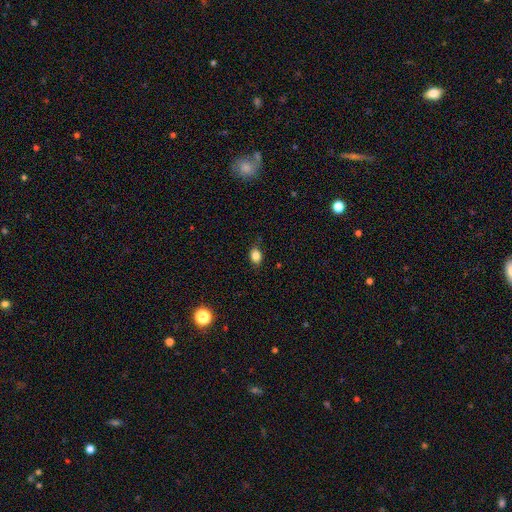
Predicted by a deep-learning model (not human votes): smooth-or-featured: smooth: 84% | star or artifact: 10% | featured or disk: 6%
  how-rounded: in between: 72% | round: 26% | cigar-shaped: 1%
  merging: none: 81% | minor disturbance: 15% | major disturbance: 3% | merger: 1%